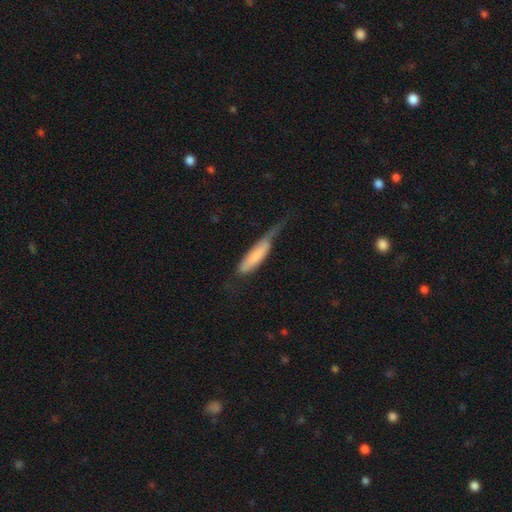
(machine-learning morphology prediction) Q: Smooth or featured?
A: smooth (71%); runner-up: featured or disk (24%)
Q: How rounded?
A: cigar-shaped (73%); runner-up: in between (26%)
Q: Merging?
A: minor disturbance (37%); runner-up: major disturbance (31%)